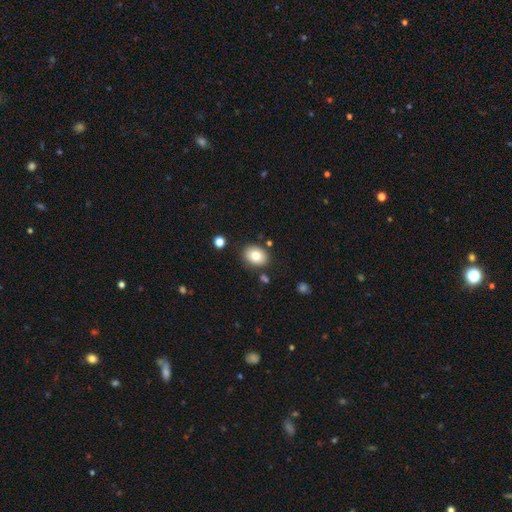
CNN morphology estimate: smooth_or_featured: smooth (p=0.80) [alt: featured or disk p=0.10]
how_rounded: in between (p=0.57) [alt: round p=0.42]
merging: none (p=0.83) [alt: minor disturbance p=0.11]